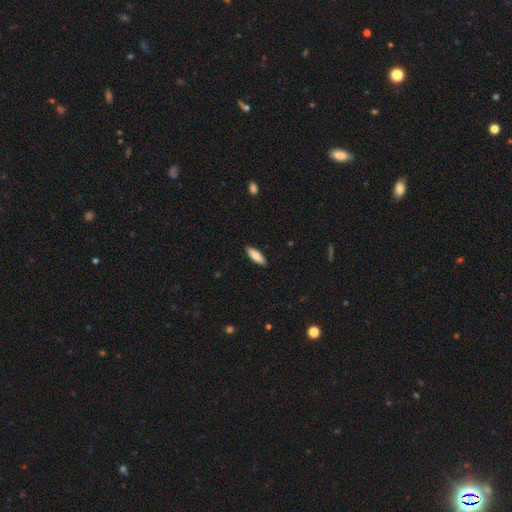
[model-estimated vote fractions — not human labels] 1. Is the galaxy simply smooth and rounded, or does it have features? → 84% smooth, 11% featured or disk, 5% star or artifact.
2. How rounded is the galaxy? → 58% in between, 41% cigar-shaped, 2% round.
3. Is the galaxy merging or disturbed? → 90% none, 8% minor disturbance, 2% major disturbance, 1% merger.